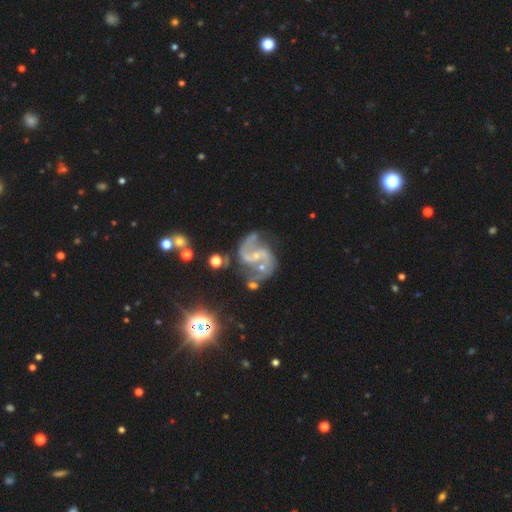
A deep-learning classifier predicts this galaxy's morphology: Overall: featured or disk (89%). Edge-on disk: no (98%). Bar: weak (42%; no 35%). Spiral arms: yes (97%). Spiral arm count: 2 (92%). Spiral winding: medium (49%; loose 41%). Bulge size: small (72%). Merging: none (55%; minor disturbance 19%).